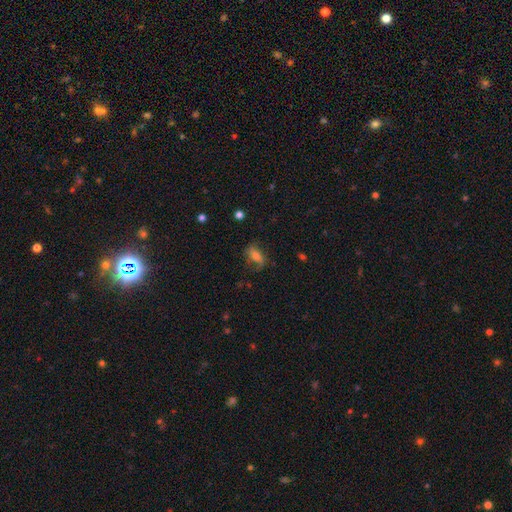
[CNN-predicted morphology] Overall: smooth (58%; featured or disk 31%). How rounded: in between (77%). Merging: none (60%; minor disturbance 24%).